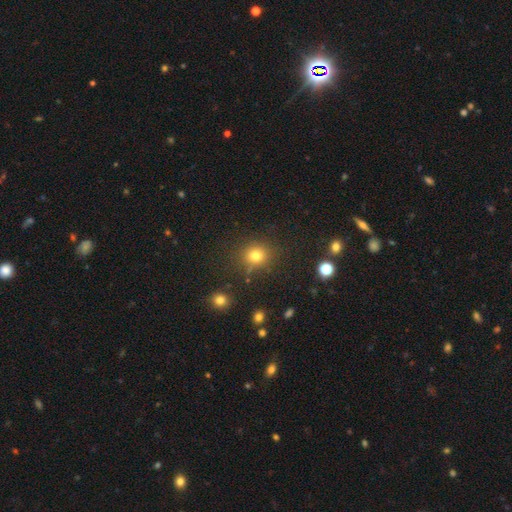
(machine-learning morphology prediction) The model was most divided on "smooth or featured": smooth: 78%, star or artifact: 15%, featured or disk: 7%. More confident: how rounded — round (82%); merging — none (81%).